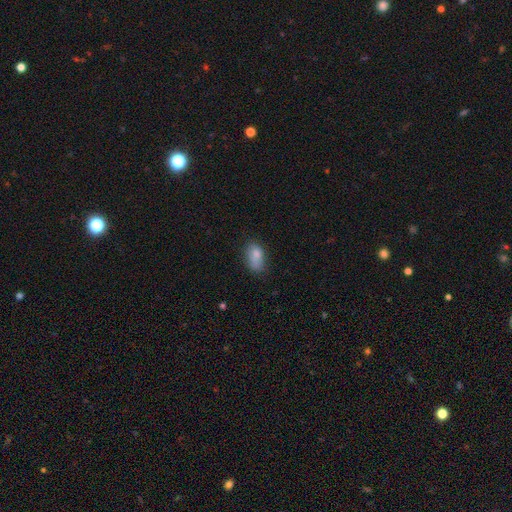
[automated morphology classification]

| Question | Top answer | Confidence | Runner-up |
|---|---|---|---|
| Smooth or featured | smooth | 80% | featured or disk (11%) |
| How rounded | in between | 89% | round (9%) |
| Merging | none | 54% | minor disturbance (31%) |